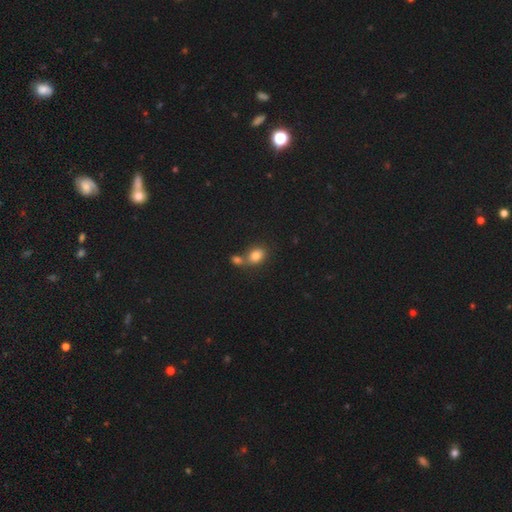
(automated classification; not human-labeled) This appears to be a smooth galaxy with no disk features (80%) that is in between round and cigar-shaped (52%). Merging: merger (44%).